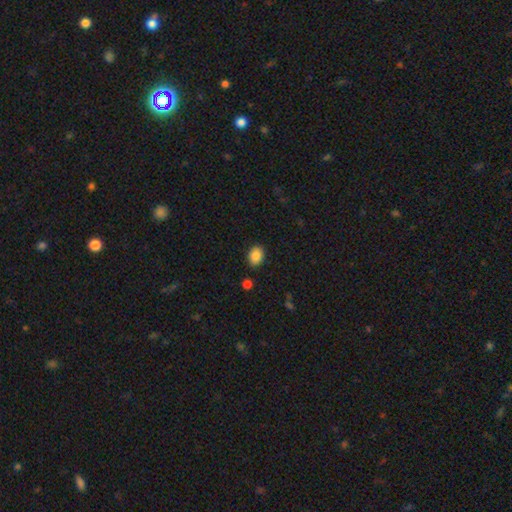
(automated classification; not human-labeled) Smooth or featured: smooth — 87% (star or artifact — 8%)
How rounded: in between — 68% (round — 31%)
Merging: none — 86% (minor disturbance — 10%)